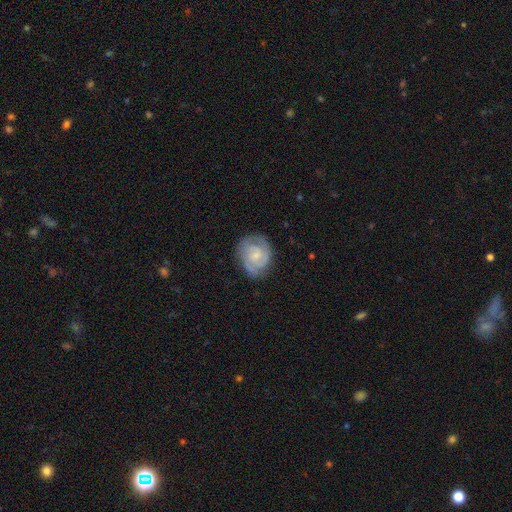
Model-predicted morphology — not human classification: This appears to be a featured or disk galaxy (73%) with no bar (51%), 2 (58%) tight (52%) spiral arms (93%) and a small central bulge (58%). Merging: none (73%).